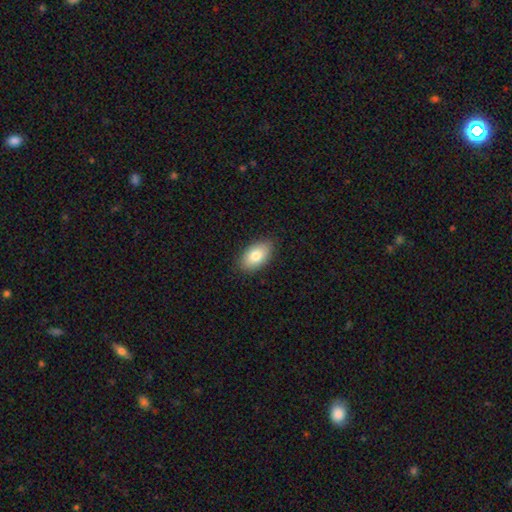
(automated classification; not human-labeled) This appears to be a smooth galaxy with no disk features (81%) that is in between round and cigar-shaped (93%). Merging: none (86%).